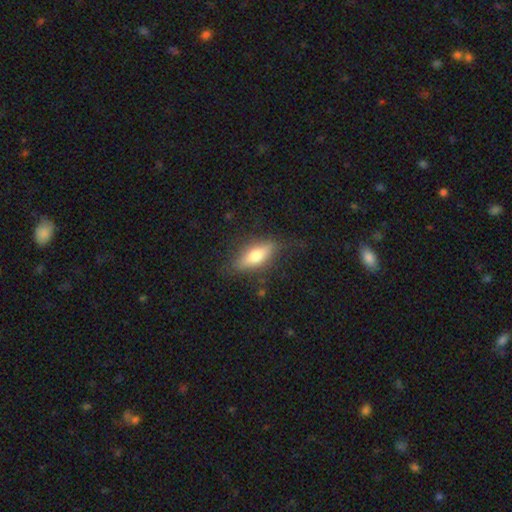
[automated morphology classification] Smooth or featured: smooth — 59% (featured or disk — 34%)
How rounded: in between — 63% (cigar-shaped — 33%)
Merging: none — 76% (minor disturbance — 17%)